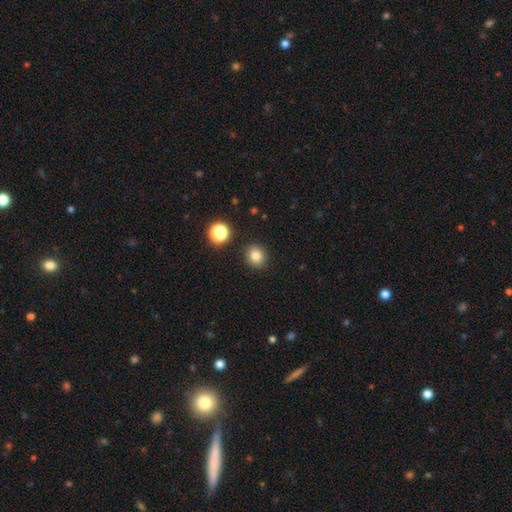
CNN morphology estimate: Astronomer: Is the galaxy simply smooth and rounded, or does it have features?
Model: smooth — 81%.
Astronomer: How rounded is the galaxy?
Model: round — 81%.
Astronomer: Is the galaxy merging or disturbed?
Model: none — 89%.